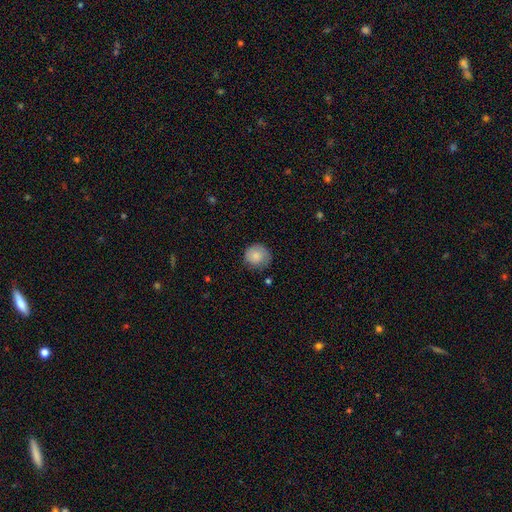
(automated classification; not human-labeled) Smooth or featured? smooth (83%)
How rounded? round (89%)
Merging? none (75%)